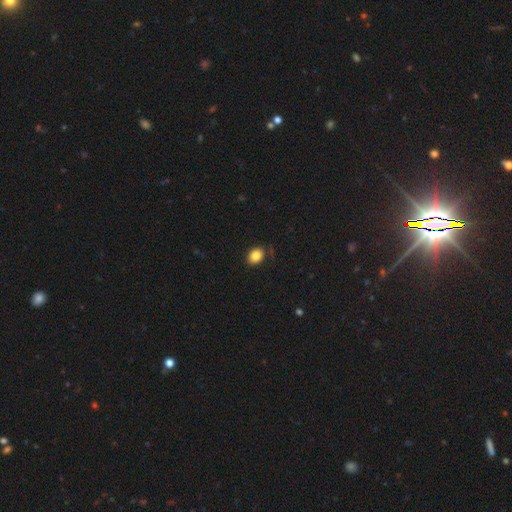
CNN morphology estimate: Smooth or featured? Predicted: smooth (p=0.85). How rounded? Predicted: in between (p=0.67). Merging? Predicted: none (p=0.81).